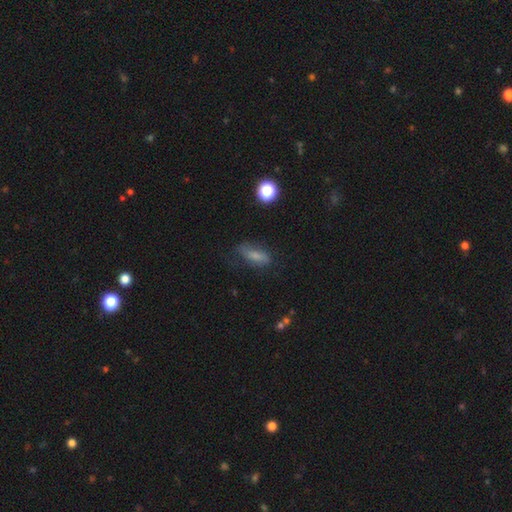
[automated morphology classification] type=smooth (69%); roundness=in between (69%); merging=none (60%).